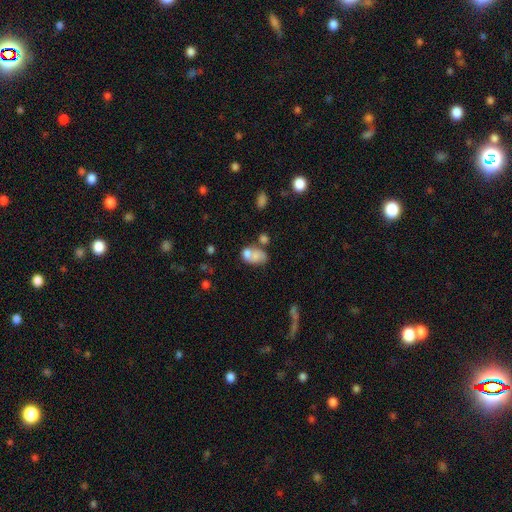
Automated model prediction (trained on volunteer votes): Overall: smooth (63%; featured or disk 27%). How rounded: in between (77%). Merging: merger (48%; none 26%).